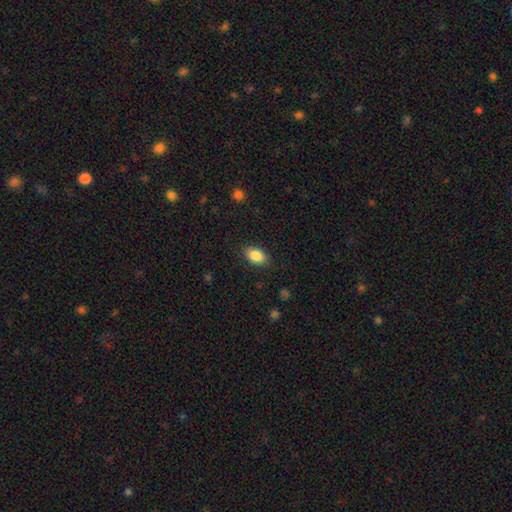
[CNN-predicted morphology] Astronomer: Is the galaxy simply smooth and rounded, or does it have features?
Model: smooth — 87%.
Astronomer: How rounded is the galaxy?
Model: in between — 89%.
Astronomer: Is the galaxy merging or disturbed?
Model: none — 86%.